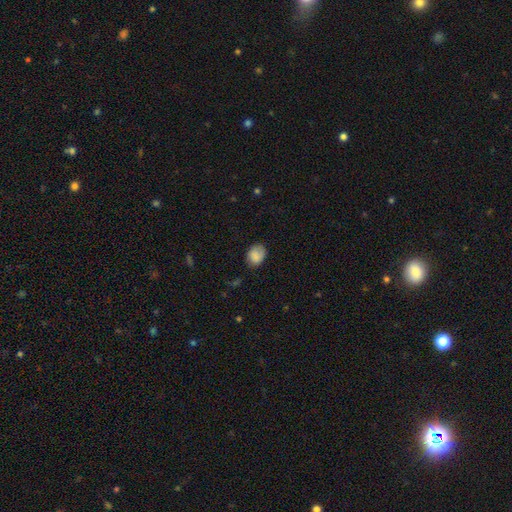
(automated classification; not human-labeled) smooth 83%, featured or disk 9%, star or artifact 8%. Down the decision tree: how rounded — in between (61%); merging — none (68%).